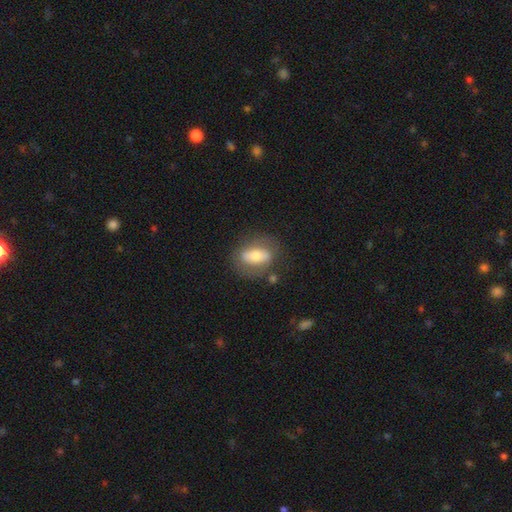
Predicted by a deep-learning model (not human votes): Smooth or featured: smooth — 48% (featured or disk — 44%)
Merging: none — 72% (minor disturbance — 16%)